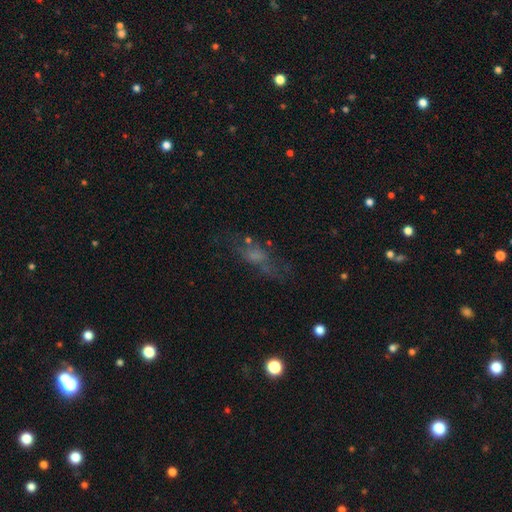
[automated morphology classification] type=featured or disk (40%); merging=none (58%).